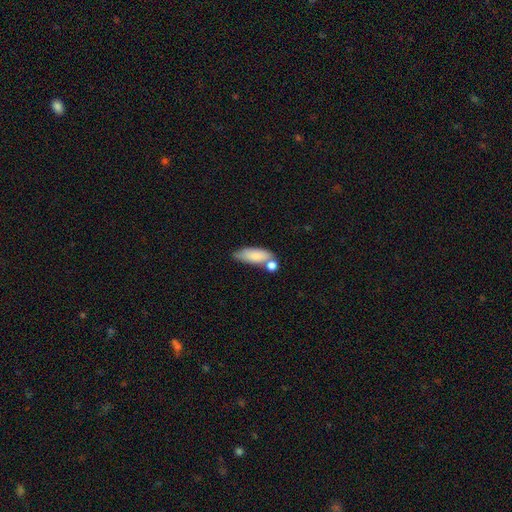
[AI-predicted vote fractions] This is clearly a smooth galaxy (82%). How rounded: likely in between (70%). Merging: possibly none (50%).